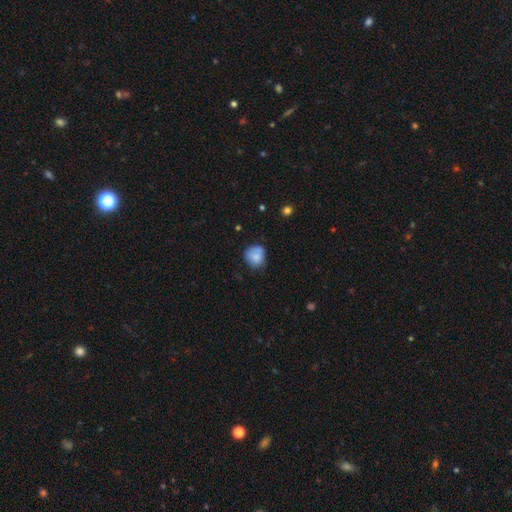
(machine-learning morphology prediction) type=smooth (80%); roundness=round (79%); merging=none (58%).